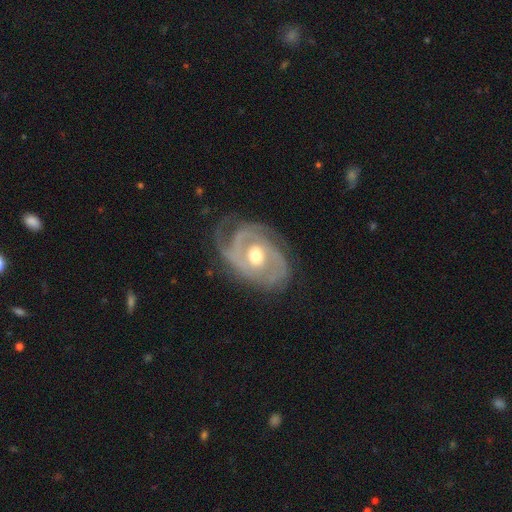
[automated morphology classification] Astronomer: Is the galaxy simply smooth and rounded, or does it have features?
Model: featured or disk — 87%.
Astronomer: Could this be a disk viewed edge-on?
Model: no — 96%.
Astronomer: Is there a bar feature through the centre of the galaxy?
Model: no — 68%.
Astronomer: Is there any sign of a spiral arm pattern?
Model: yes — 93%.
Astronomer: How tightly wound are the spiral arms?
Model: tight — 56% (runner-up: medium, 34%).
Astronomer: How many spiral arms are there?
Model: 2 — 48%.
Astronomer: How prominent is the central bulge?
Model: moderate — 74%.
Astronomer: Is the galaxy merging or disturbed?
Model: none — 65%.